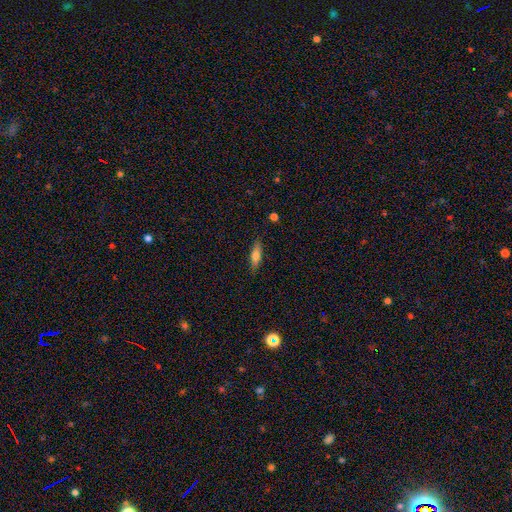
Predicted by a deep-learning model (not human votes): A smooth galaxy with no disk features (64%) that is cigar-shaped (58%).

Vote fractions:
- Smooth or featured? smooth: 64% / featured or disk: 29% / star or artifact: 7%
- How rounded? cigar-shaped: 58% / in between: 39% / round: 3%
- Merging? none: 86% / minor disturbance: 11% / major disturbance: 2% / merger: 1%